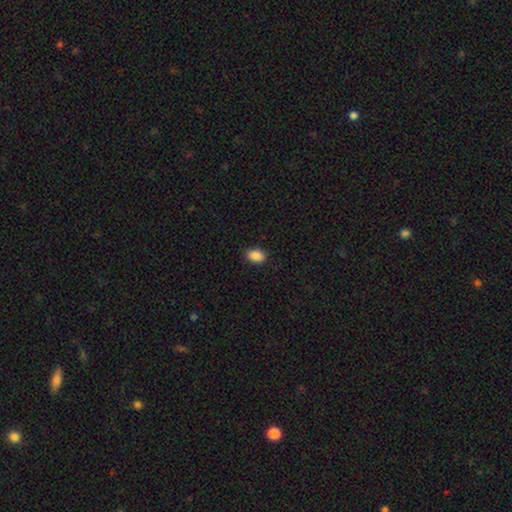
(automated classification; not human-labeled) A smooth galaxy with no disk features (88%) that is in between round and cigar-shaped (81%).

Vote fractions:
- Smooth or featured? smooth: 88% / star or artifact: 8% / featured or disk: 3%
- How rounded? in between: 81% / round: 18% / cigar-shaped: 1%
- Merging? none: 89% / minor disturbance: 8% / major disturbance: 2% / merger: 1%